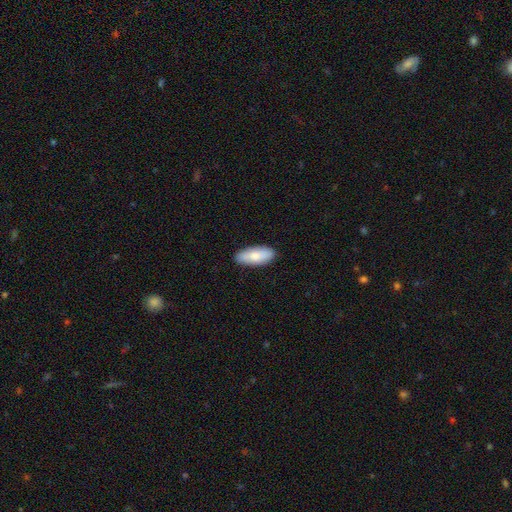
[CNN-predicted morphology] type=smooth (81%); roundness=in between (82%); merging=none (87%).